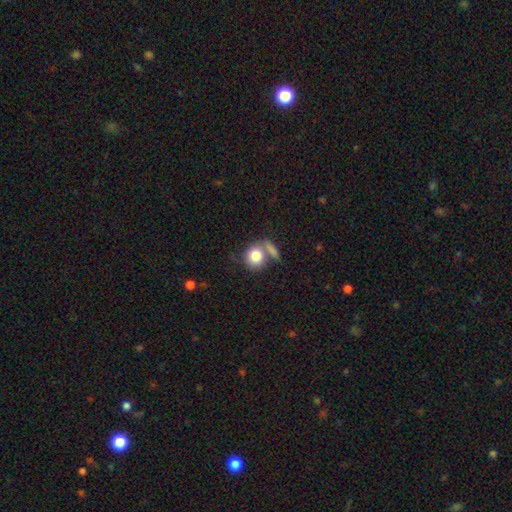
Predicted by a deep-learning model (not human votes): This appears to be a smooth galaxy with no disk features (80%) that is round (74%). Merging: none (45%).